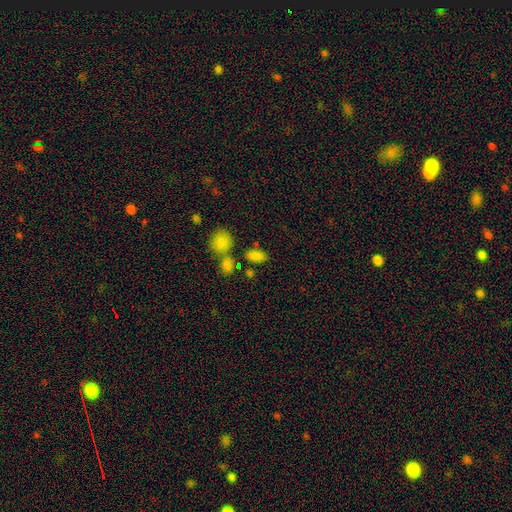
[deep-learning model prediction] Q: Smooth or featured?
A: smooth (82%); runner-up: star or artifact (12%)
Q: How rounded?
A: in between (87%); runner-up: round (9%)
Q: Merging?
A: none (65%); runner-up: merger (19%)